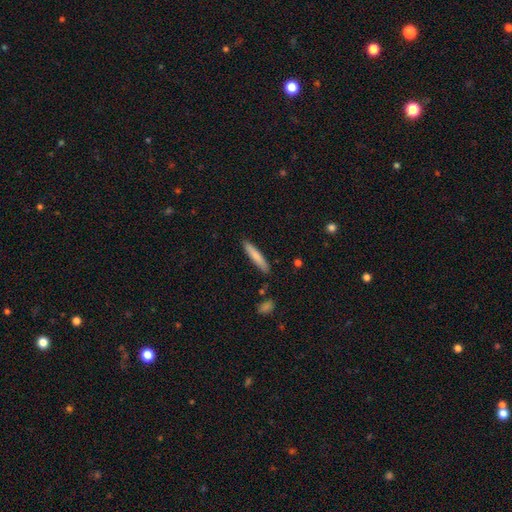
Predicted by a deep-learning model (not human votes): Smooth or featured? smooth (78%)
How rounded? cigar-shaped (91%)
Merging? none (88%)